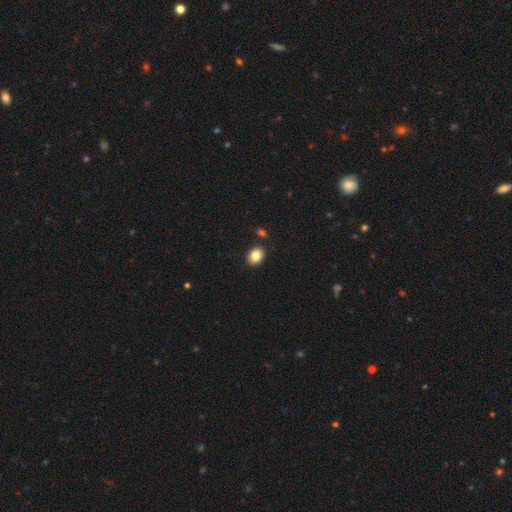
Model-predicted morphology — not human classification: Smooth or featured: smooth — 85% (star or artifact — 9%)
How rounded: in between — 60% (round — 39%)
Merging: none — 88% (minor disturbance — 7%)